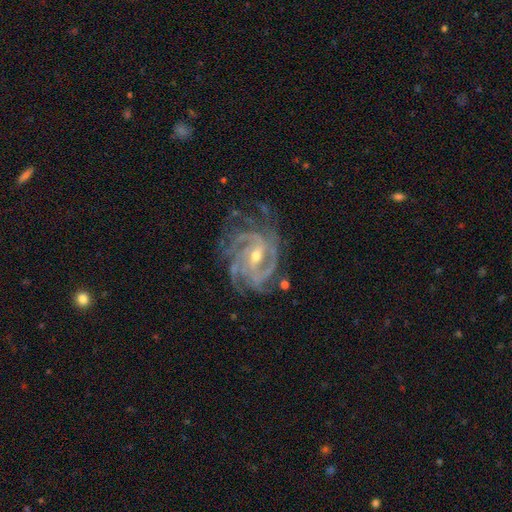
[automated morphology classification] This is clearly a featured or disk galaxy (92%). It is clearly not viewed edge-on (98%). Bar: possibly weak (45%). Spiral arm pattern: clearly yes (98%). Spiral arm count: marginally 4 (31%). Spiral winding: possibly tight (60%). Central bulge: possibly small (52%). Merging: likely none (68%).